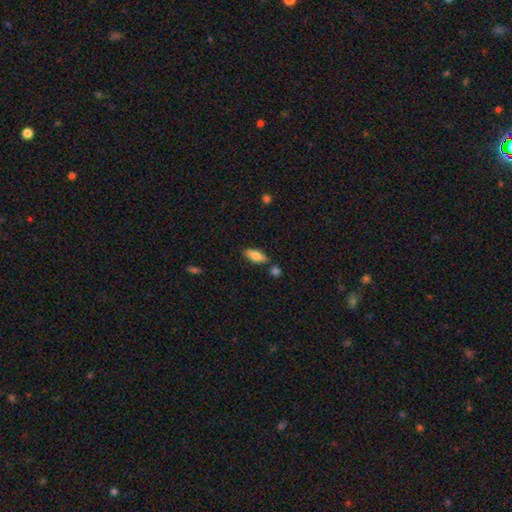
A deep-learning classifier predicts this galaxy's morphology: A smooth galaxy with no disk features (77%) that is in between round and cigar-shaped (72%).

Vote fractions:
- Smooth or featured? smooth: 77% / featured or disk: 16% / star or artifact: 6%
- How rounded? in between: 72% / cigar-shaped: 26% / round: 2%
- Merging? none: 76% / minor disturbance: 13% / merger: 8% / major disturbance: 3%